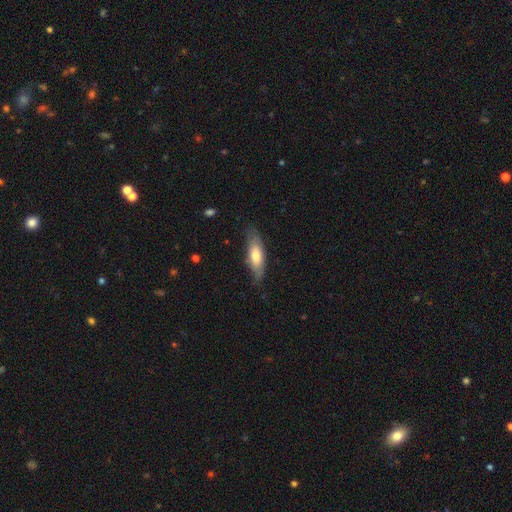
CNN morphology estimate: smooth-or-featured: smooth: 68% | featured or disk: 26% | star or artifact: 5%
  how-rounded: in between: 55% | cigar-shaped: 44% | round: 2%
  merging: none: 75% | minor disturbance: 20% | major disturbance: 4% | merger: 1%